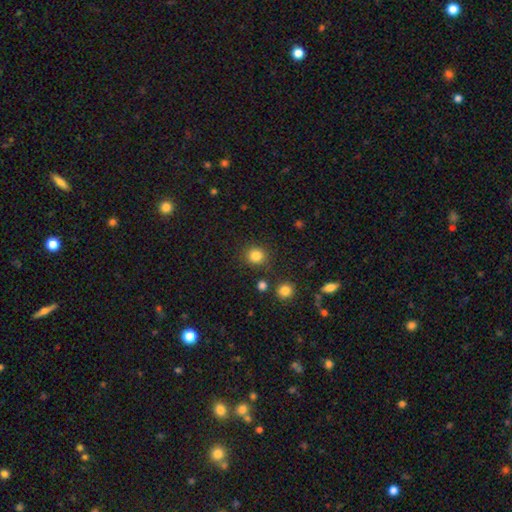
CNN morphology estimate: A smooth galaxy with no disk features (84%) that is round (88%).

Vote fractions:
- Smooth or featured? smooth: 84% / star or artifact: 12% / featured or disk: 4%
- How rounded? round: 88% / in between: 11% / cigar-shaped: 1%
- Merging? none: 85% / minor disturbance: 8% / merger: 4% / major disturbance: 3%